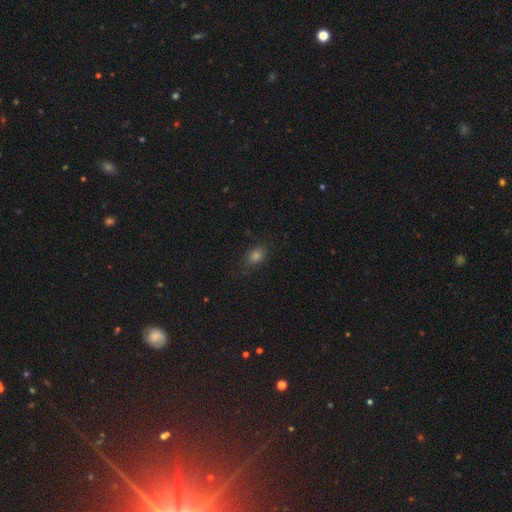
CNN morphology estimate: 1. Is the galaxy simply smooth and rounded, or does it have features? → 72% smooth, 20% star or artifact, 8% featured or disk.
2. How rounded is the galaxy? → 67% in between, 30% round, 3% cigar-shaped.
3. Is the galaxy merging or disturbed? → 79% none, 15% minor disturbance, 4% major disturbance, 1% merger.